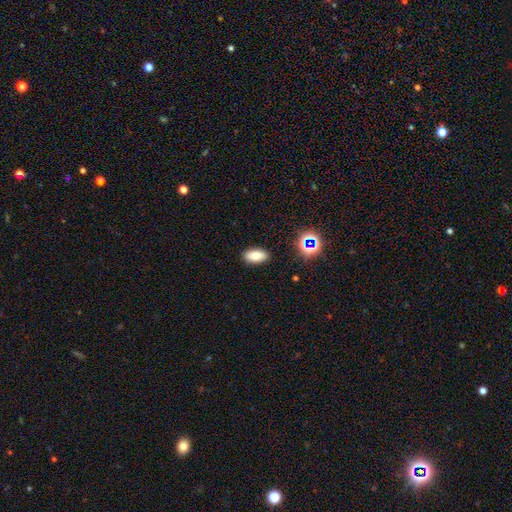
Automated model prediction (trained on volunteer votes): smooth_or_featured: smooth (p=0.78) [alt: star or artifact p=0.13]
how_rounded: in between (p=0.91) [alt: cigar-shaped p=0.05]
merging: none (p=0.88) [alt: minor disturbance p=0.08]